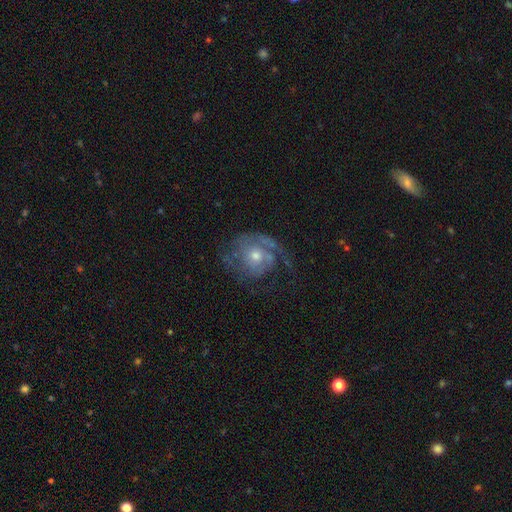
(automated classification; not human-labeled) A featured or disk galaxy (77%) with no bar (77%), 2 (36%) tight (43%) spiral arms (87%) and a moderate central bulge (53%).

Vote fractions:
- Smooth or featured? featured or disk: 77% / smooth: 16% / star or artifact: 7%
- Edge-on disk? no: 97% / yes: 3%
- Bar? no: 77% / weak: 20% / strong: 3%
- Spiral arms? yes: 87% / no: 13%
- Spiral winding? tight: 43% / medium: 37% / loose: 21%
- Spiral arm count? 2: 36% / 1: 27% / can't tell: 23% / 3: 8% / 4: 3% / more than 4: 3%
- Bulge size? moderate: 53% / small: 41% / large: 3% / none: 2% / dominant: 1%
- Merging? none: 56% / major disturbance: 23% / minor disturbance: 19% / merger: 2%